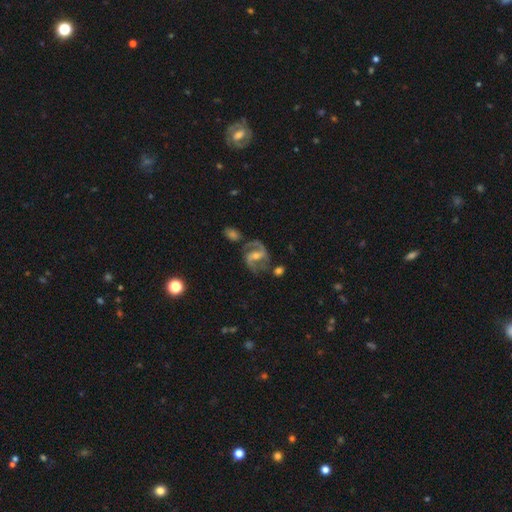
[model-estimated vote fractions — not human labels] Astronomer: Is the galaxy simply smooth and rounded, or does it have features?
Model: featured or disk — 89%.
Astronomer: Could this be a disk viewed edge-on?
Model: no — 98%.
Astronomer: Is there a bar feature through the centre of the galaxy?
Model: weak — 43% (runner-up: strong, 39%).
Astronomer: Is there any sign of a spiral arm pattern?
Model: yes — 97%.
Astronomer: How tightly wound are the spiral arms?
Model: medium — 59%.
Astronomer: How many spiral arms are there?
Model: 2 — 92%.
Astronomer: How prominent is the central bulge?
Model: moderate — 50% (runner-up: small, 44%).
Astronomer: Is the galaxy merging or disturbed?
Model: none — 69%.